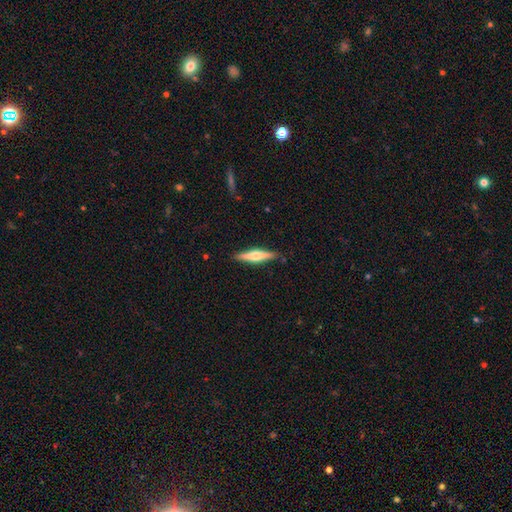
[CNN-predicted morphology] A featured or disk galaxy (55%) viewed edge-on (97%) with a rounded central bulge (87%).

Vote fractions:
- Smooth or featured? featured or disk: 55% / smooth: 40% / star or artifact: 6%
- Edge-on disk? yes: 97% / no: 3%
- Edge-on bulge? rounded: 87% / boxy: 7% / none: 6%
- Merging? none: 88% / minor disturbance: 9% / major disturbance: 2% / merger: 1%